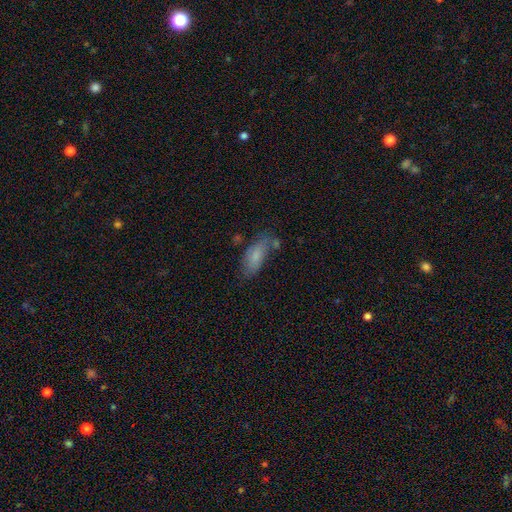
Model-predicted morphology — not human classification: Smooth or featured?
  - smooth: 75% *
  - featured or disk: 17%
  - star or artifact: 8%
How rounded?
  - in between: 78% *
  - cigar-shaped: 20%
  - round: 2%
Merging?
  - none: 60% *
  - minor disturbance: 23%
  - merger: 10%
  - major disturbance: 8%